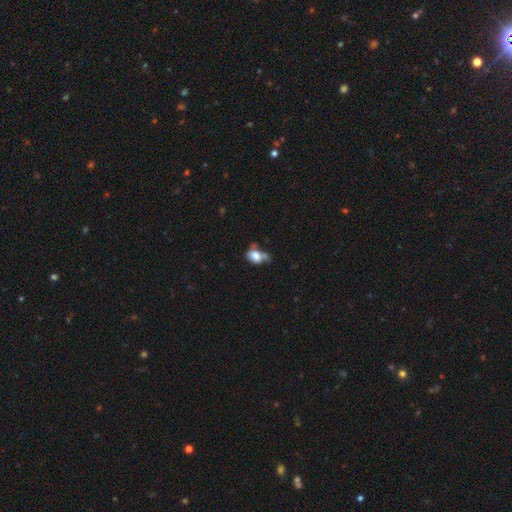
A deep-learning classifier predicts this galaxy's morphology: Smooth or featured?
  - smooth: 75% *
  - featured or disk: 15%
  - star or artifact: 10%
How rounded?
  - in between: 67% *
  - round: 31%
  - cigar-shaped: 2%
Merging?
  - none: 28% * (tied)
  - merger: 28% * (tied)
  - minor disturbance: 25%
  - major disturbance: 19%